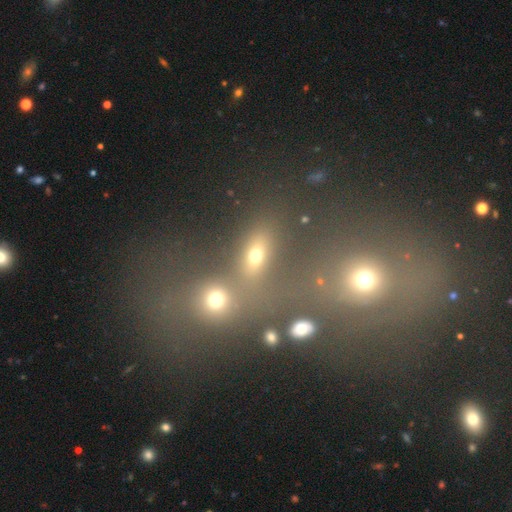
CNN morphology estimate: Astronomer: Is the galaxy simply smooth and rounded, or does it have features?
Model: smooth — 64%.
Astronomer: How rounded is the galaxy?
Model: in between — 56% (runner-up: round, 35%).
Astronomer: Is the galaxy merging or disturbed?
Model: none — 59%.